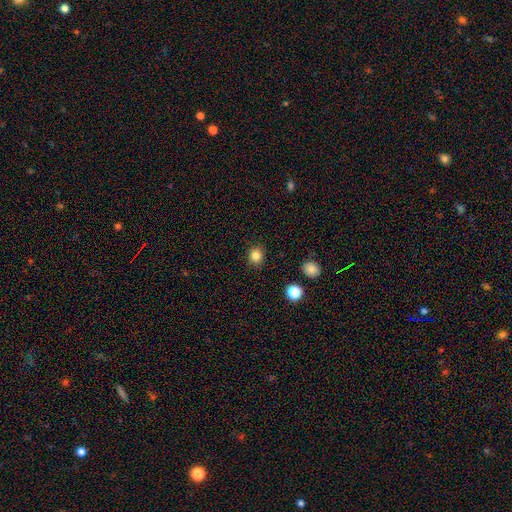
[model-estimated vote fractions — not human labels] Morphology: type=smooth (84%); roundness=round (83%); merging=none (90%).